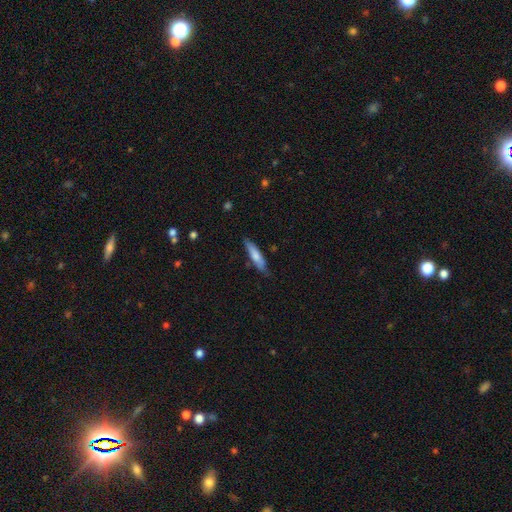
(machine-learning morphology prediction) This appears to be a smooth galaxy with no disk features (67%) that is cigar-shaped (80%). Merging: none (77%).